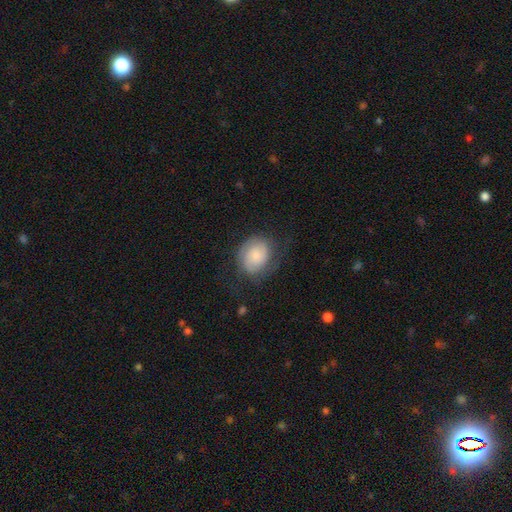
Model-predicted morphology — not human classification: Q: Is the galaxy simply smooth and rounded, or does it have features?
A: smooth — 52%.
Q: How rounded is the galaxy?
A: round — 59%.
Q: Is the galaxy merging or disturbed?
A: none — 60%.